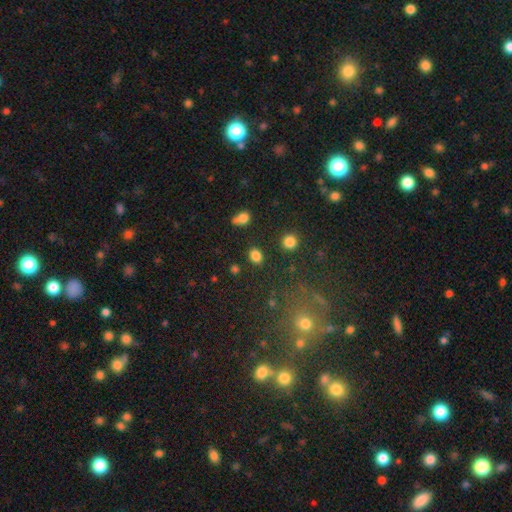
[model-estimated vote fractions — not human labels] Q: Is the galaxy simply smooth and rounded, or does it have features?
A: smooth — 82%.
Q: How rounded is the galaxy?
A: in between — 65%.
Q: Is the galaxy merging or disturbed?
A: none — 82%.